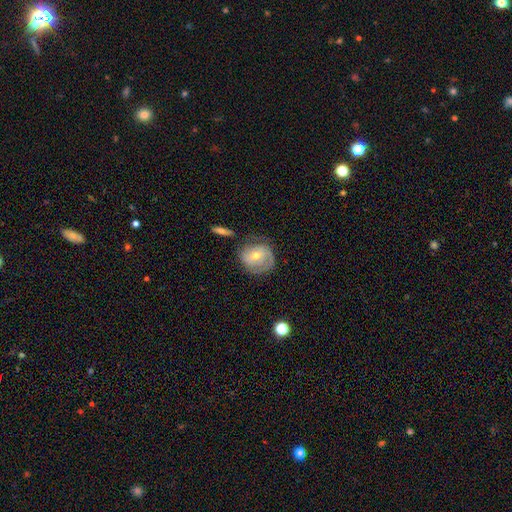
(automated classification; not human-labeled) smooth-or-featured: featured or disk: 69% | smooth: 25% | star or artifact: 6%
  disk-edge-on: no: 96% | yes: 4%
    bar: no: 61% | weak: 31% | strong: 8%
    has-spiral-arms: yes: 85% | no: 15%
      spiral-winding: tight: 60% | medium: 29% | loose: 11%
      spiral-arm-count: 2: 48% | can't tell: 25% | 1: 15% | 3: 8% | 4: 2% | more than 4: 2%
    bulge-size: moderate: 62% | small: 34% | large: 2% | none: 1% | dominant: 1%
  merging: none: 64% | minor disturbance: 22% | major disturbance: 11% | merger: 4%